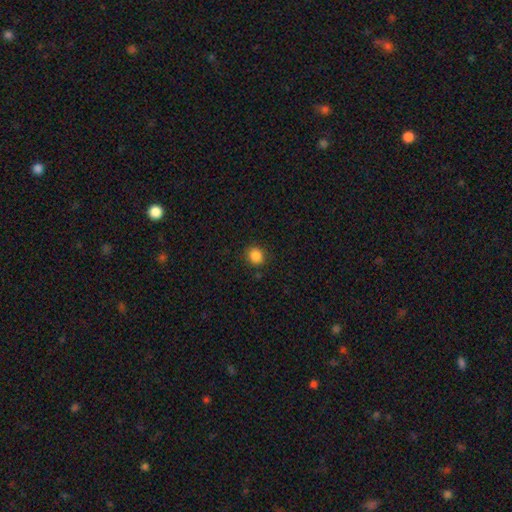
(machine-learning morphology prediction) smooth-or-featured: smooth: 86% | star or artifact: 11% | featured or disk: 3%
  how-rounded: round: 84% | in between: 15% | cigar-shaped: 1%
  merging: none: 88% | minor disturbance: 8% | major disturbance: 2% | merger: 1%